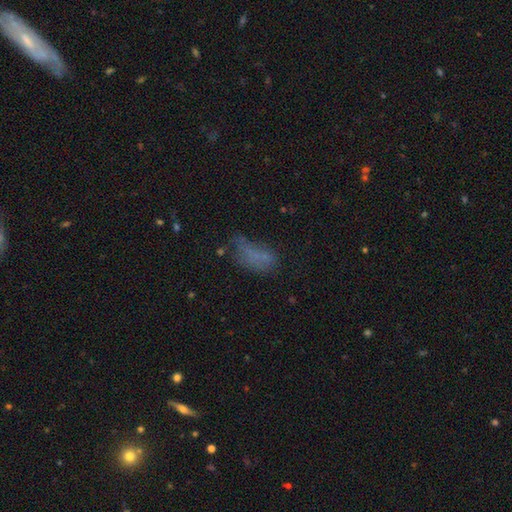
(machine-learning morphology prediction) Overall: smooth (57%; featured or disk 23%). How rounded: in between (82%). Merging: none (37%; major disturbance 31%).